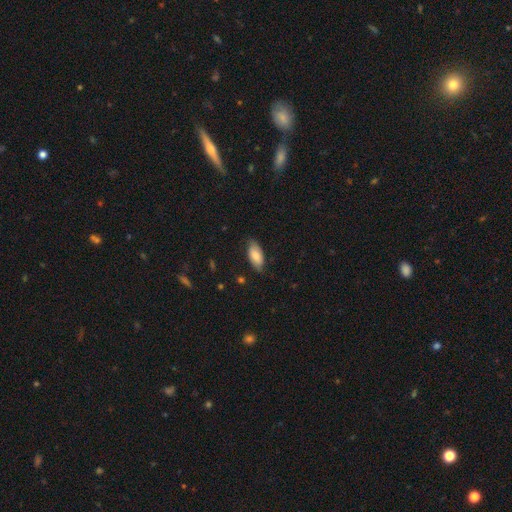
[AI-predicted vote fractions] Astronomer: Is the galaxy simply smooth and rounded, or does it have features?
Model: smooth — 78%.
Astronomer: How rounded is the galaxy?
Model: in between — 91%.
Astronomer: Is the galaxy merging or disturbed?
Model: none — 77%.